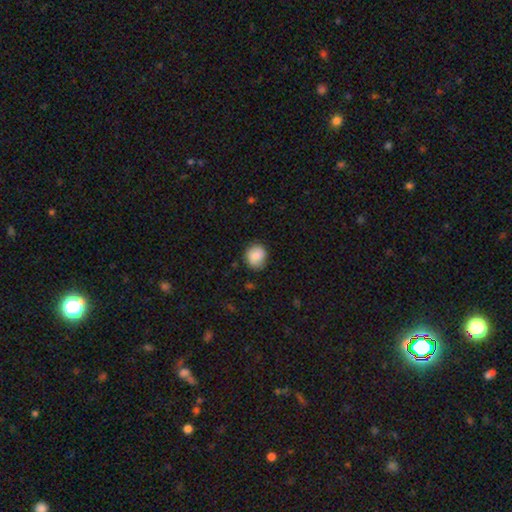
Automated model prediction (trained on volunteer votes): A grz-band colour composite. It shows a smooth galaxy with no disk features (88%) that is round (77%). Merging: none (82%).